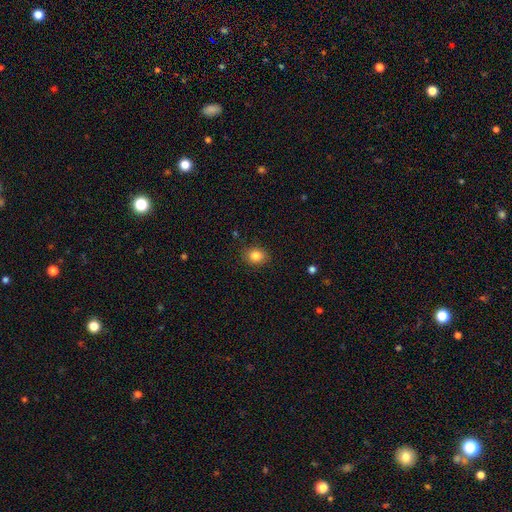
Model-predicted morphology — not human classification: smooth_or_featured: smooth (p=0.84) [alt: star or artifact p=0.10]
how_rounded: round (p=0.55) [alt: in between p=0.44]
merging: none (p=0.87) [alt: minor disturbance p=0.09]